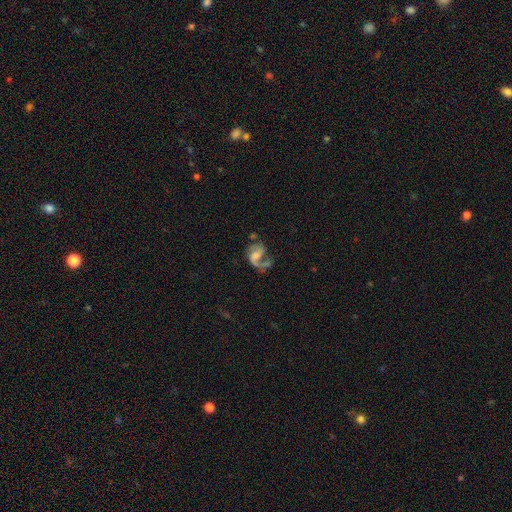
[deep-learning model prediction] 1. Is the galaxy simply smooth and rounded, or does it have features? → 73% featured or disk, 19% smooth, 8% star or artifact.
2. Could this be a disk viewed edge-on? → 98% no, 2% yes.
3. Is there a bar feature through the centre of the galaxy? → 50% no, 40% weak, 11% strong.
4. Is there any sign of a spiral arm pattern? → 88% yes, 12% no.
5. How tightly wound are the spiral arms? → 49% loose, 38% medium, 12% tight.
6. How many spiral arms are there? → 52% 1, 41% 2, 4% can't tell, 1% 3, 1% 4, 1% more than 4.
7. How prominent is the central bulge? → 38% moderate, 31% small, 19% none, 11% large, 2% dominant.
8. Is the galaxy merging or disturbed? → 36% major disturbance, 35% none, 18% minor disturbance, 11% merger.